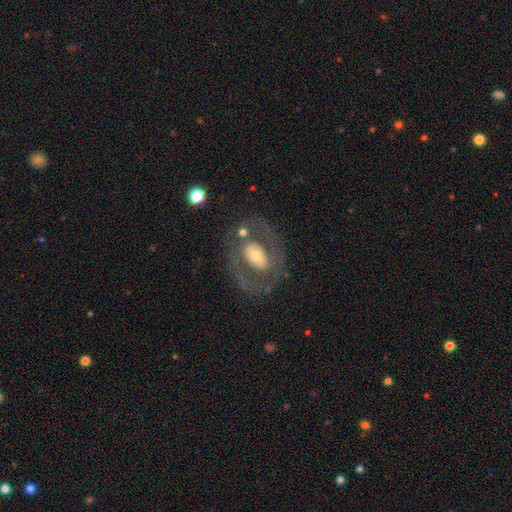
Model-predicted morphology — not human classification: This appears to be a featured or disk galaxy (64%) with no bar (70%), no spiral arms (70%) and a moderate central bulge (59%). Merging: none (67%).